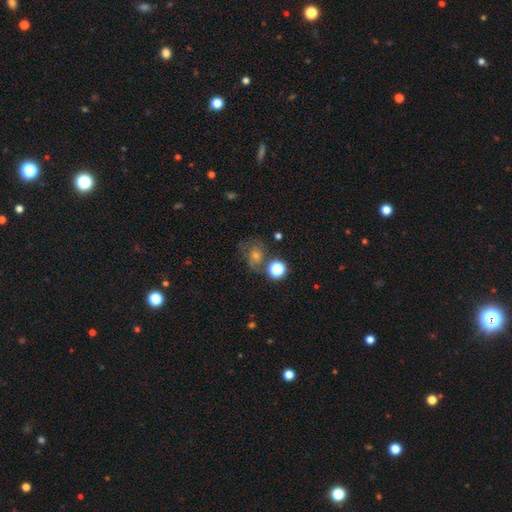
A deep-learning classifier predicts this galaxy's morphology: Q: Smooth or featured?
A: smooth (41%); runner-up: star or artifact (32%)
Q: Merging?
A: none (61%); runner-up: minor disturbance (17%)